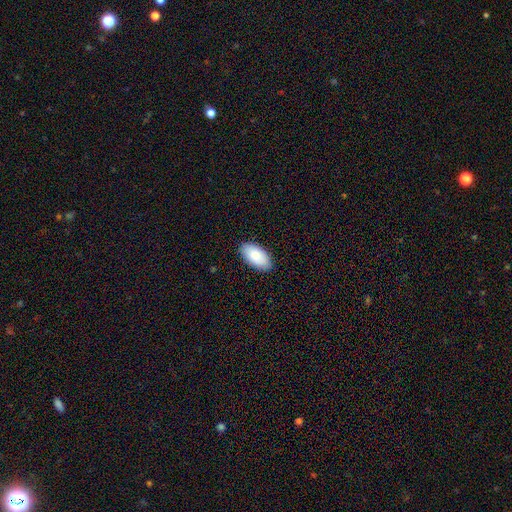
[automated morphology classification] A smooth galaxy with no disk features (87%) that is in between round and cigar-shaped (95%).

Vote fractions:
- Smooth or featured? smooth: 87% / featured or disk: 8% / star or artifact: 6%
- How rounded? in between: 95% / cigar-shaped: 3% / round: 2%
- Merging? none: 89% / minor disturbance: 9% / major disturbance: 2% / merger: 1%